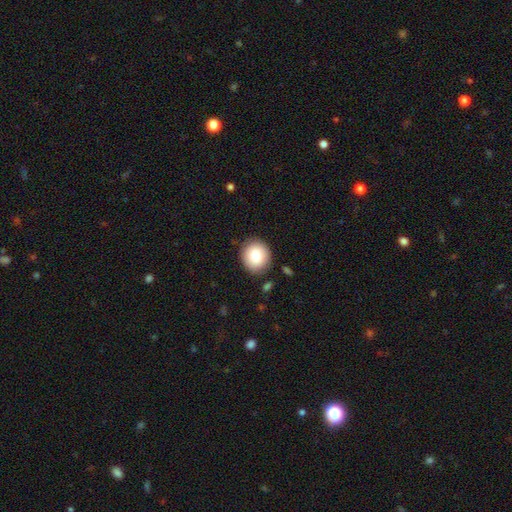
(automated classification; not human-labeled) Smooth or featured: smooth — 81% (featured or disk — 10%)
How rounded: round — 88% (in between — 12%)
Merging: none — 87% (minor disturbance — 8%)